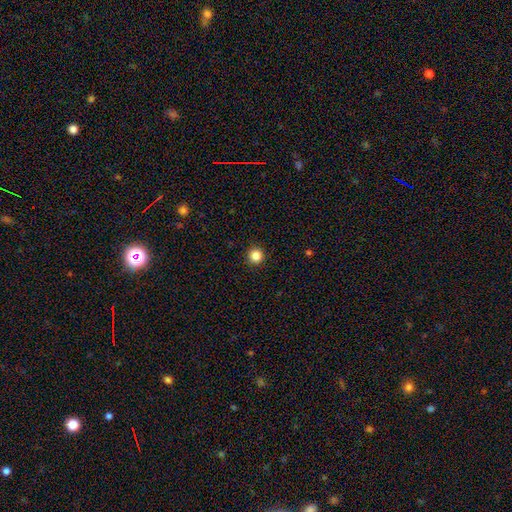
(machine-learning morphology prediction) Q: Smooth or featured?
A: smooth (85%); runner-up: star or artifact (11%)
Q: How rounded?
A: round (96%); runner-up: in between (3%)
Q: Merging?
A: none (93%); runner-up: minor disturbance (4%)